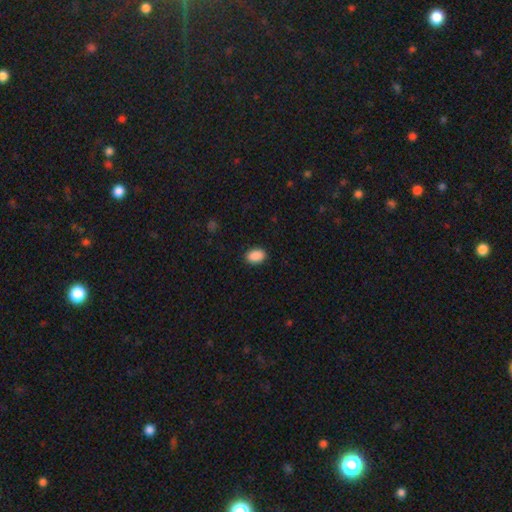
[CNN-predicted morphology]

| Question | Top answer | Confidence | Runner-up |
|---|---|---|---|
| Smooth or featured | smooth | 90% | star or artifact (7%) |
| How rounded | in between | 82% | round (17%) |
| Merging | none | 89% | minor disturbance (8%) |